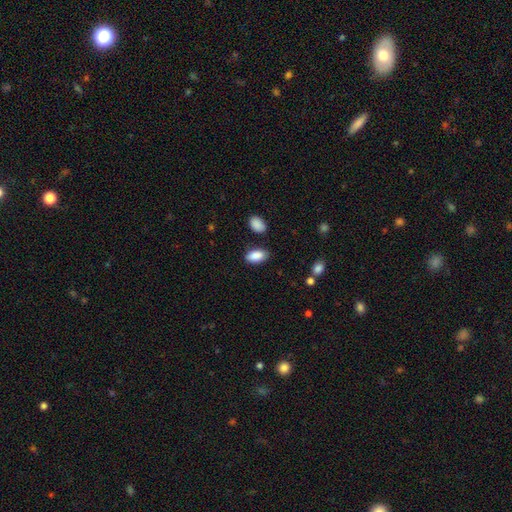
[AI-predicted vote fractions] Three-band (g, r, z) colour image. It shows a smooth galaxy with no disk features (89%) that is in between round and cigar-shaped (93%). Merging: none (82%).